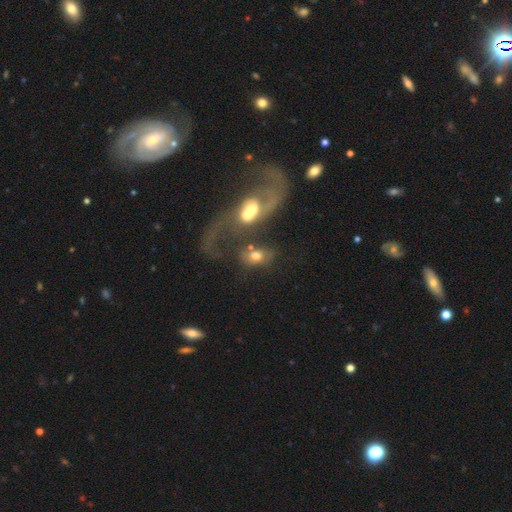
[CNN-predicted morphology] A smooth galaxy with no disk features (54%) that is in between round and cigar-shaped (63%). Merging: merger (61%).